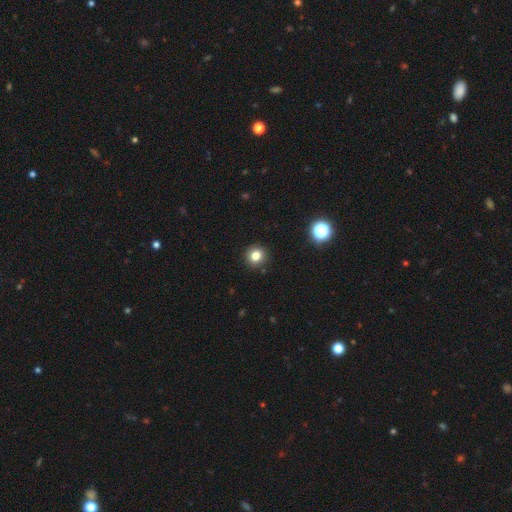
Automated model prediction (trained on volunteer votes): Q: Smooth or featured?
A: smooth (81%); runner-up: star or artifact (13%)
Q: How rounded?
A: round (90%); runner-up: in between (9%)
Q: Merging?
A: none (91%); runner-up: minor disturbance (6%)